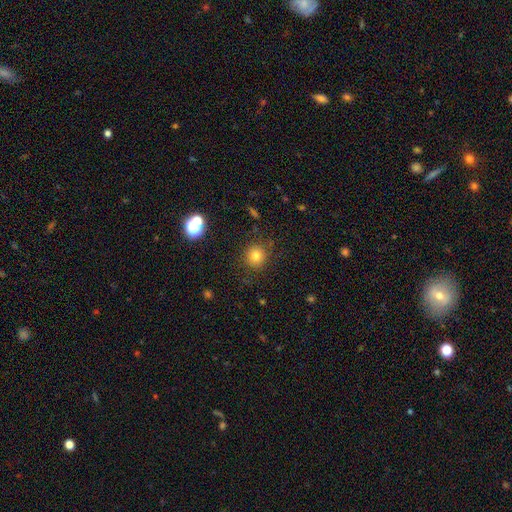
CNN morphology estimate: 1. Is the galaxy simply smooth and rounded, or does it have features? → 76% smooth, 15% star or artifact, 8% featured or disk.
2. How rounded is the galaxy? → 91% round, 8% in between, 1% cigar-shaped.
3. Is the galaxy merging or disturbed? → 85% none, 9% minor disturbance, 4% major disturbance, 2% merger.